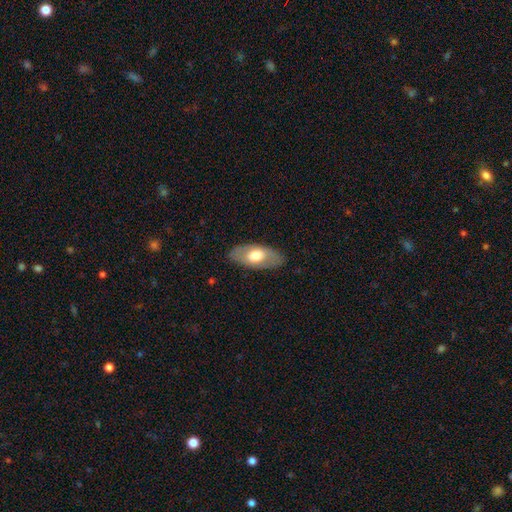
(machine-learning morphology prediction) This is possibly a smooth galaxy (58%). How rounded: clearly in between (91%). Merging: clearly none (84%).